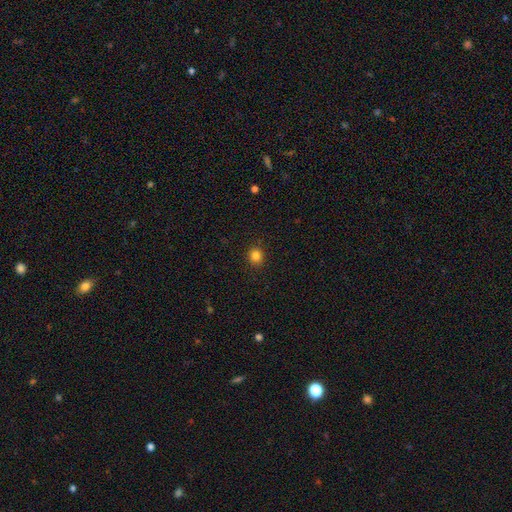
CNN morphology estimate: Smooth or featured: smooth — 83% (star or artifact — 13%)
How rounded: round — 86% (in between — 13%)
Merging: none — 91% (minor disturbance — 6%)